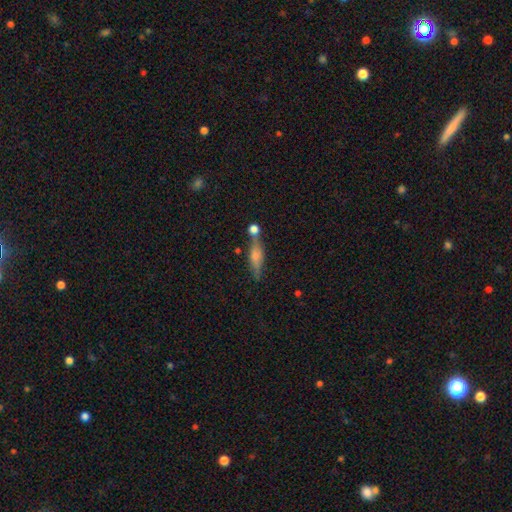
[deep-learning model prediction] smooth-or-featured: featured or disk: 45% (tied) | smooth: 45% (tied) | star or artifact: 10%
  merging: none: 57% | merger: 21% | minor disturbance: 16% | major disturbance: 6%